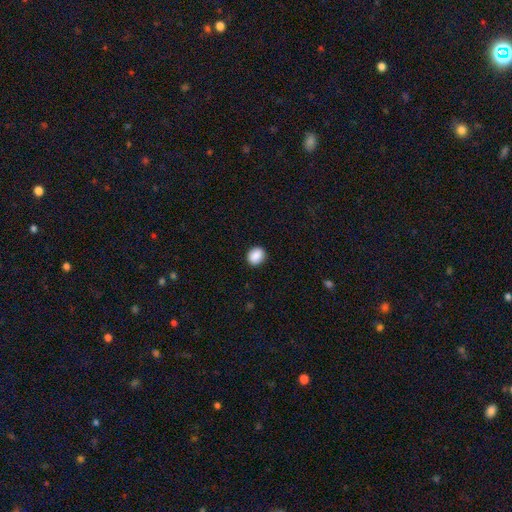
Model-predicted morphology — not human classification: A smooth galaxy with no disk features (89%) that is round (60%).

Vote fractions:
- Smooth or featured? smooth: 89% / star or artifact: 8% / featured or disk: 3%
- How rounded? round: 60% / in between: 39% / cigar-shaped: 1%
- Merging? none: 90% / minor disturbance: 7% / major disturbance: 2% / merger: 1%